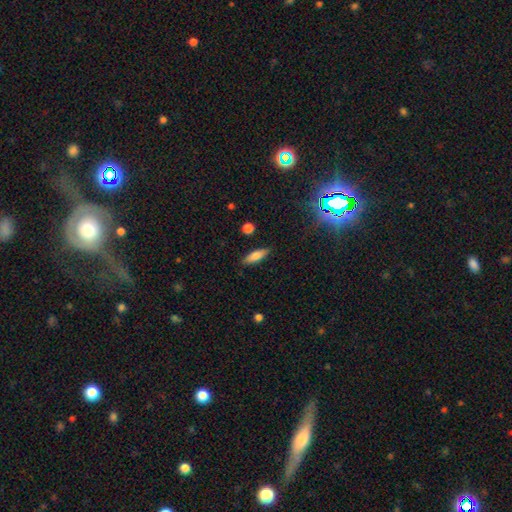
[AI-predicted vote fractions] smooth_or_featured: smooth (p=0.75) [alt: featured or disk p=0.17]
how_rounded: cigar-shaped (p=0.54) [alt: in between p=0.44]
merging: none (p=0.87) [alt: minor disturbance p=0.09]